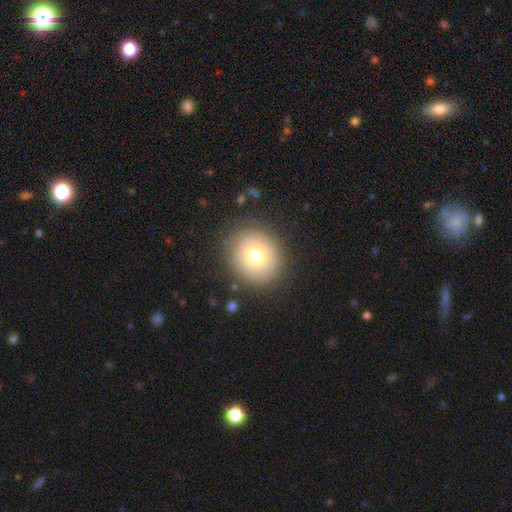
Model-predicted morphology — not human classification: This is likely a smooth galaxy (73%). How rounded: likely round (79%). Merging: clearly none (84%).